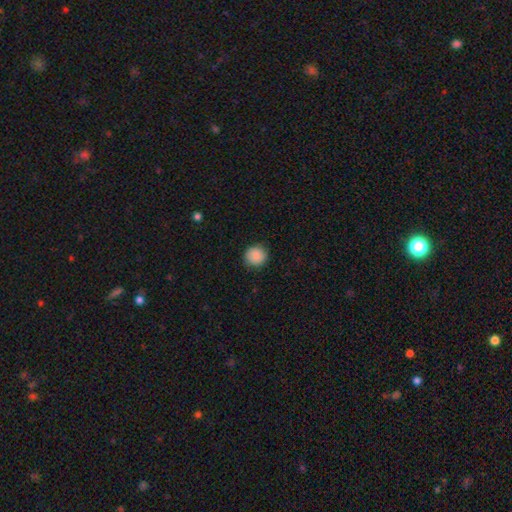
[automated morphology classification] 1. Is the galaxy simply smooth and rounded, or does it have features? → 89% smooth, 8% star or artifact, 3% featured or disk.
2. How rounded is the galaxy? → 91% round, 8% in between, 1% cigar-shaped.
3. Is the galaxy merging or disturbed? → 89% none, 8% minor disturbance, 2% major disturbance, 1% merger.